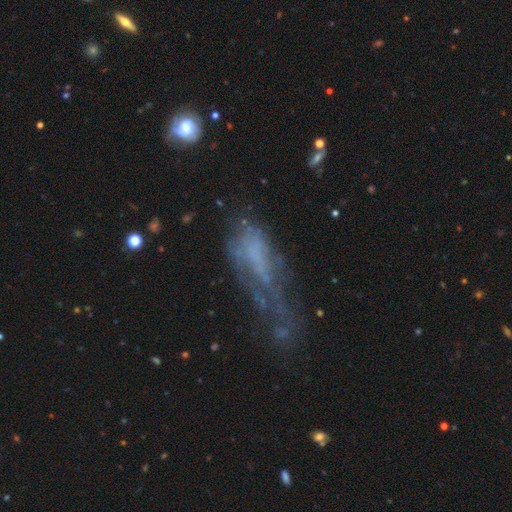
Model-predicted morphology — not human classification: This is possibly a featured or disk galaxy (48%). Merging: possibly major disturbance (46%).